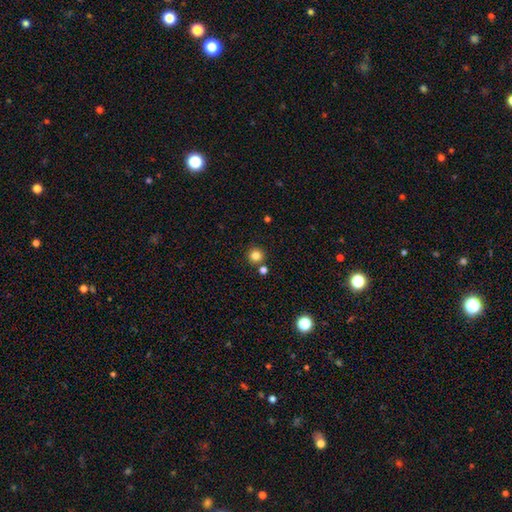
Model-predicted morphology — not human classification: Smooth or featured? Predicted: smooth (p=0.82). How rounded? Predicted: round (p=0.95). Merging? Predicted: none (p=0.84).